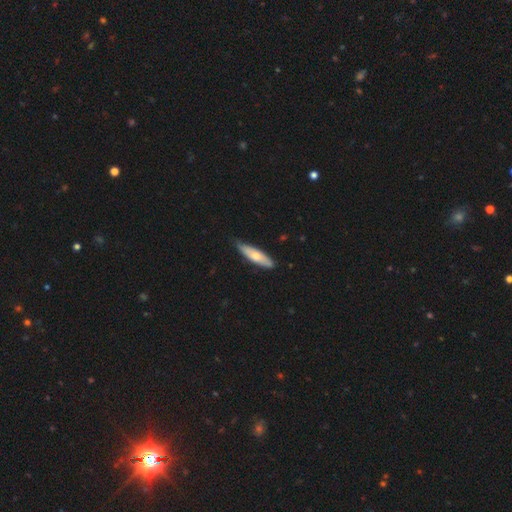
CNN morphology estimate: Smooth or featured? smooth (59%)
How rounded? cigar-shaped (67%)
Merging? none (77%)